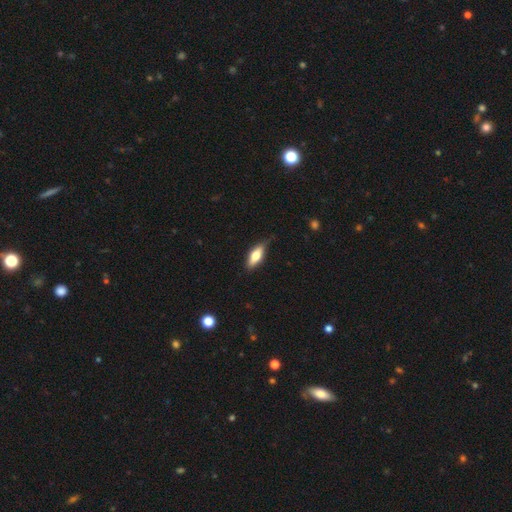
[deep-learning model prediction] Smooth or featured? Predicted: smooth (p=0.60). How rounded? Predicted: in between (p=0.63). Merging? Predicted: none (p=0.75).